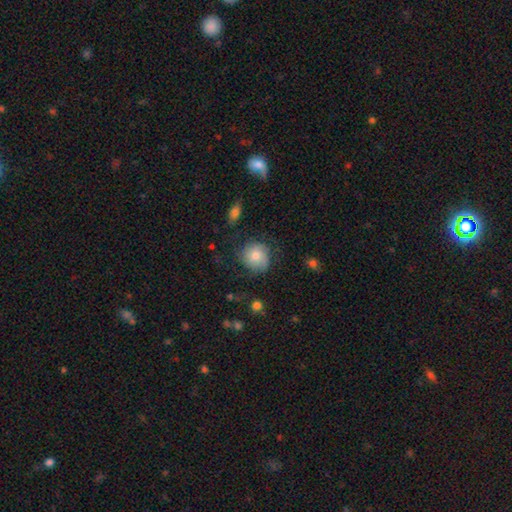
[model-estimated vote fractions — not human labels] This is likely a smooth galaxy (67%). How rounded: clearly round (84%). Merging: likely none (66%).